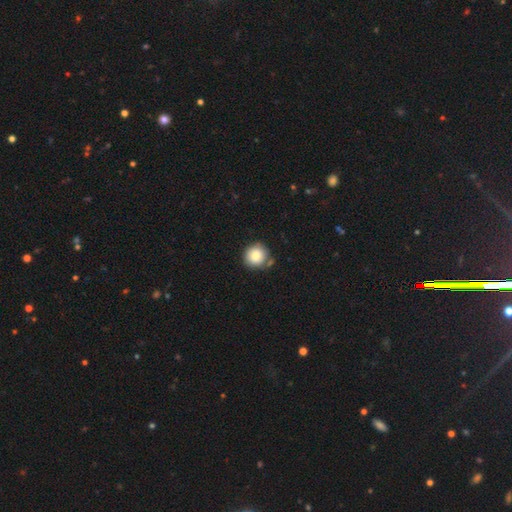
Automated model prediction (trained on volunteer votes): Overall: smooth (84%). How rounded: round (92%). Merging: none (74%).